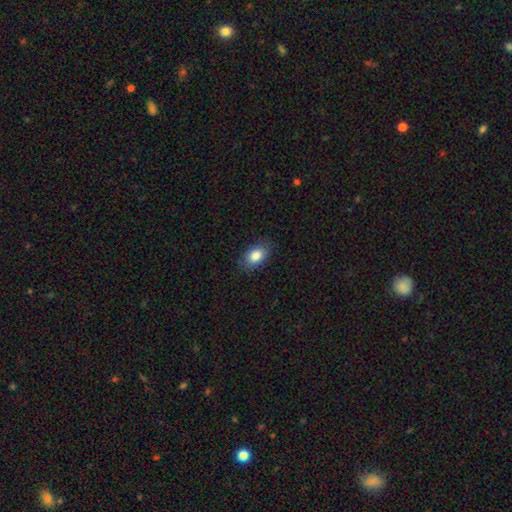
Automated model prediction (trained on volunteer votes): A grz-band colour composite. It shows a smooth galaxy with no disk features (85%) that is in between round and cigar-shaped (87%). Merging: none (85%).